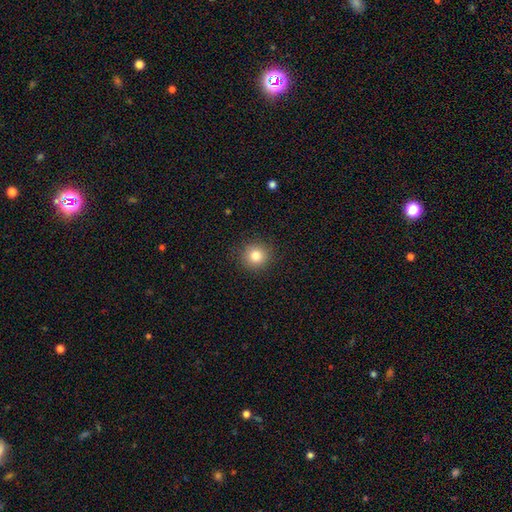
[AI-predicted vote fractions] smooth-or-featured: smooth: 82% | star or artifact: 11% | featured or disk: 7%
  how-rounded: round: 92% | in between: 7% | cigar-shaped: 1%
  merging: none: 90% | minor disturbance: 7% | major disturbance: 2% | merger: 1%